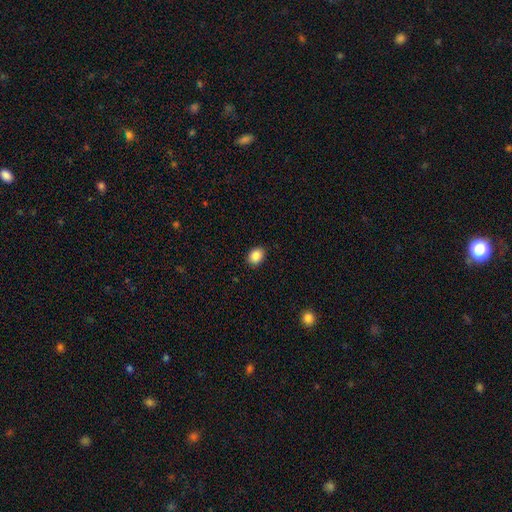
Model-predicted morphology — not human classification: Smooth or featured? Predicted: smooth (p=0.88). How rounded? Predicted: in between (p=0.62). Merging? Predicted: none (p=0.88).